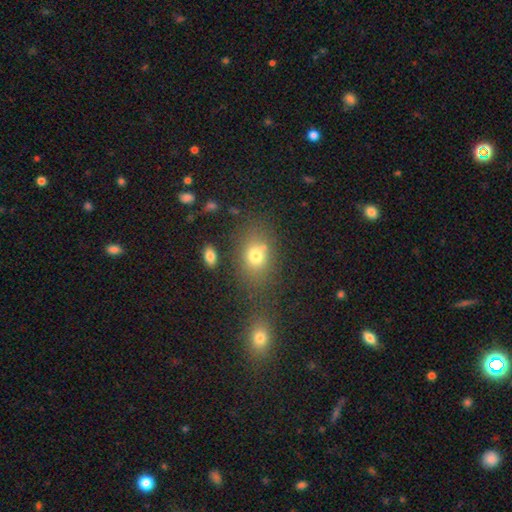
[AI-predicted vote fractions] This is likely a smooth galaxy (75%). How rounded: likely in between (61%). Merging: likely none (65%).